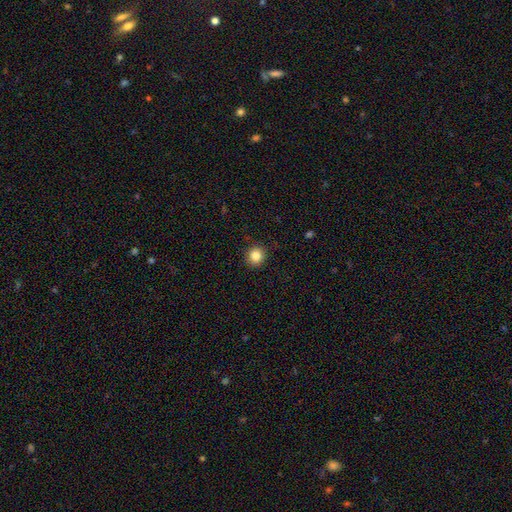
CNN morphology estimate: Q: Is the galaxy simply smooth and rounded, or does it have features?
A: smooth — 85%.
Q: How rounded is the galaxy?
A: round — 91%.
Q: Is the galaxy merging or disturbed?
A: none — 91%.